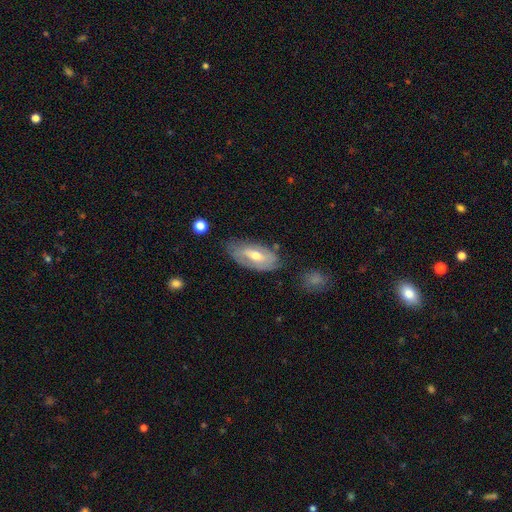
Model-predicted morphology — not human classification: Smooth or featured? Predicted: featured or disk (p=0.54). Edge-on disk? Predicted: no (p=0.85). Merging? Predicted: none (p=0.66).